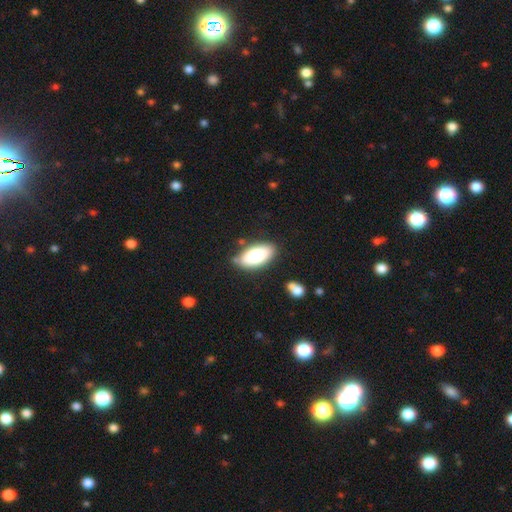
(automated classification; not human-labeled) Q: Smooth or featured?
A: smooth (80%); runner-up: featured or disk (14%)
Q: How rounded?
A: in between (91%); runner-up: cigar-shaped (6%)
Q: Merging?
A: none (78%); runner-up: minor disturbance (15%)